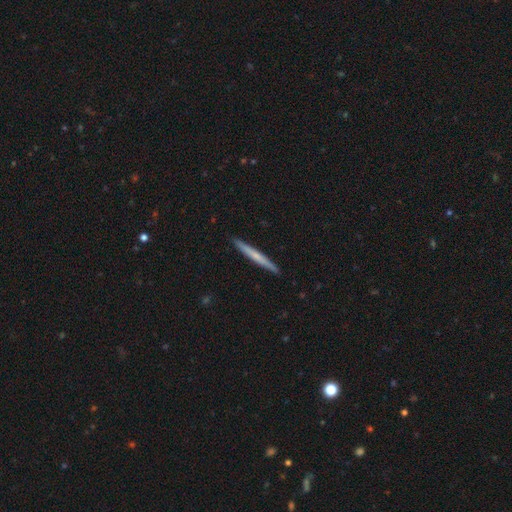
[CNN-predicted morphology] smooth_or_featured: smooth (p=0.49) [alt: featured or disk p=0.45]
merging: none (p=0.92) [alt: minor disturbance p=0.06]